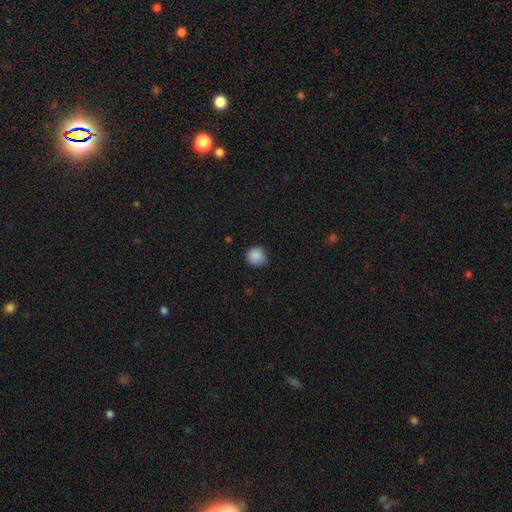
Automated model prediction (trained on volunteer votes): smooth_or_featured: smooth (p=0.88) [alt: star or artifact p=0.09]
how_rounded: round (p=0.91) [alt: in between p=0.08]
merging: none (p=0.74) [alt: minor disturbance p=0.22]